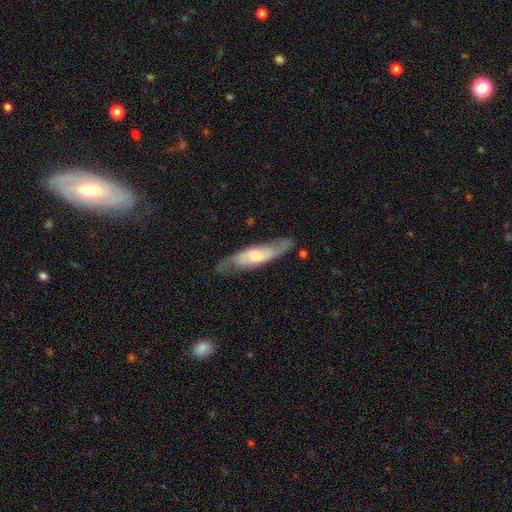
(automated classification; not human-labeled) smooth-or-featured: featured or disk: 54% | smooth: 41% | star or artifact: 6%
  disk-edge-on: no: 61% | yes: 39%
  merging: none: 73% | minor disturbance: 18% | major disturbance: 6% | merger: 2%